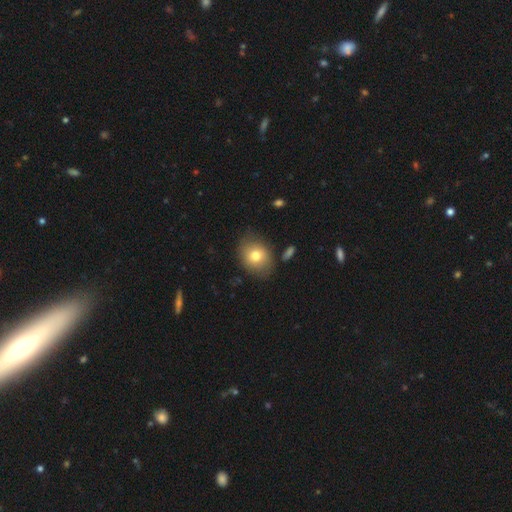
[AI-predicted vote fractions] smooth_or_featured: smooth (p=0.75) [alt: featured or disk p=0.15]
how_rounded: round (p=0.51) [alt: in between p=0.48]
merging: none (p=0.75) [alt: minor disturbance p=0.17]